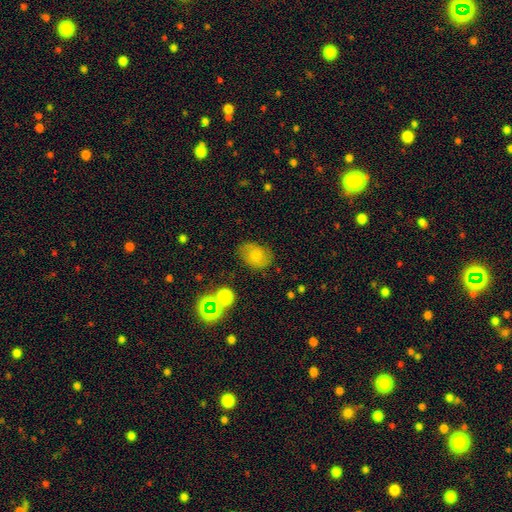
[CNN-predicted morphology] type=smooth (63%); roundness=in between (68%); merging=none (75%).